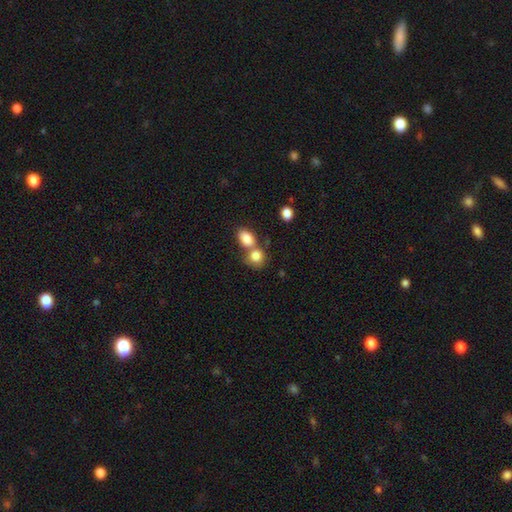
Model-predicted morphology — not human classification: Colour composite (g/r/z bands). It shows a smooth galaxy with no disk features (82%) that is round (57%). Merging: merger (52%).